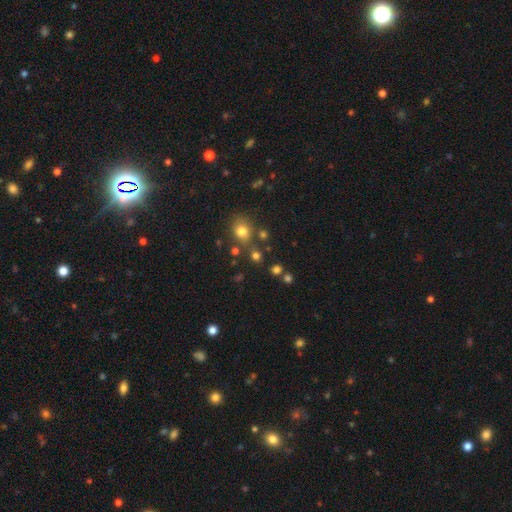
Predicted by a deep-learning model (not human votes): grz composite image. It shows a smooth galaxy with no disk features (72%) that is round (82%). Merging: none (72%).